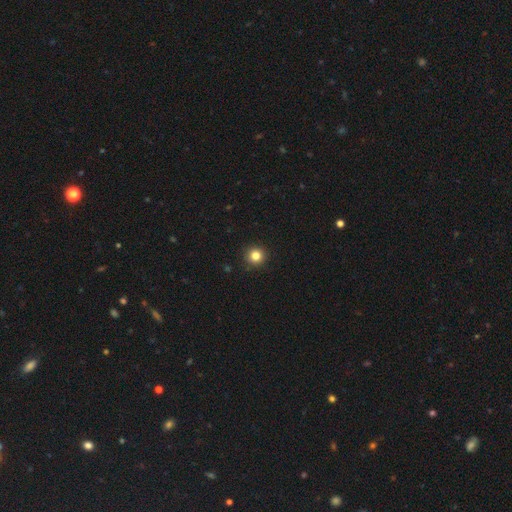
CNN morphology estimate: smooth_or_featured: smooth (p=0.83) [alt: star or artifact p=0.12]
how_rounded: round (p=0.95) [alt: in between p=0.04]
merging: none (p=0.92) [alt: minor disturbance p=0.05]